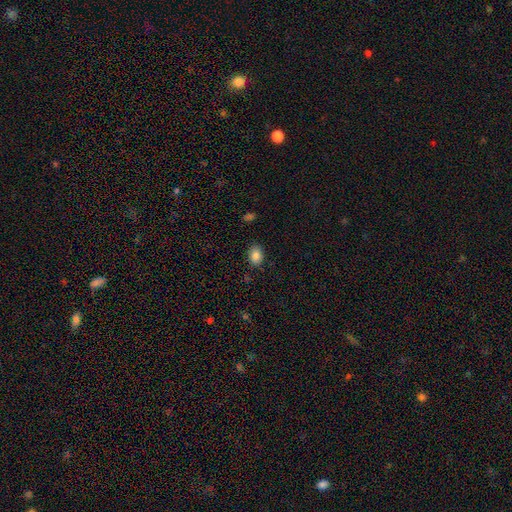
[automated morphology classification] smooth 85%, star or artifact 9%, featured or disk 6%. Down the decision tree: how rounded — in between (74%); merging — none (84%).